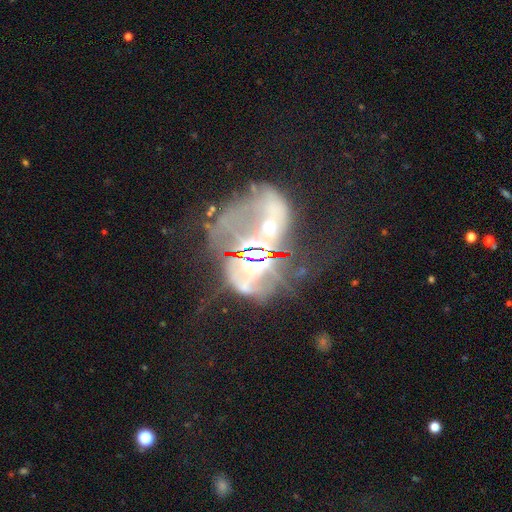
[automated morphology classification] Overall: featured or disk (56%; star or artifact 30%). Edge-on disk: no (95%). Bar: no (72%). Spiral arms: no (61%; yes 39%). Bulge size: moderate (44%; small 30%). Merging: merger (43%; major disturbance 32%).